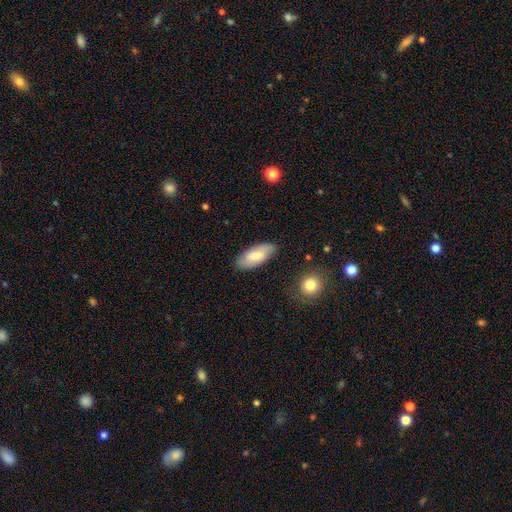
Smooth or featured? 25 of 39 (64%) said smooth. How rounded? 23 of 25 (92%) said in between. Merging? 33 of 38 (87%) said none.